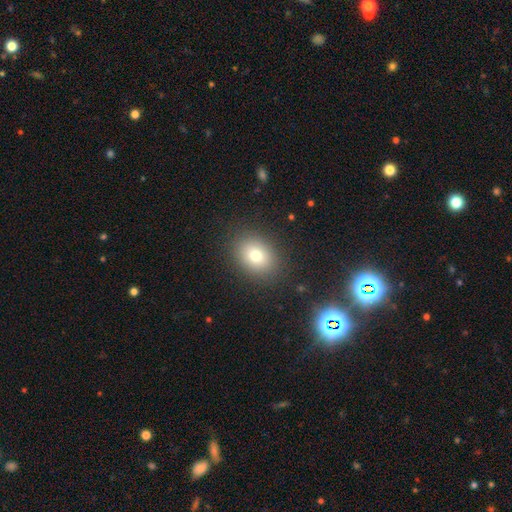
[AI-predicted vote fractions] Smooth or featured? smooth (76%)
How rounded? in between (56%)
Merging? none (87%)